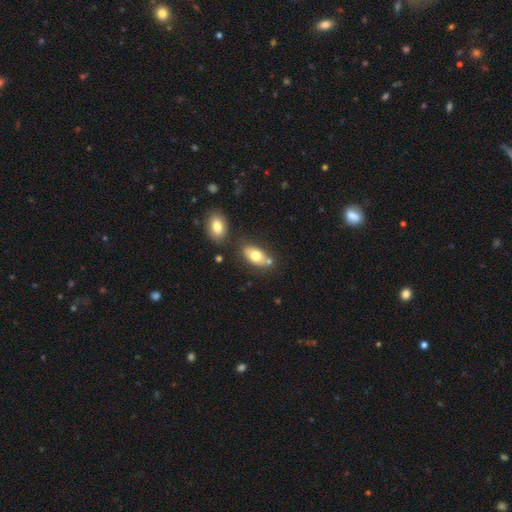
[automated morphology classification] Smooth or featured?
  - smooth: 74% *
  - featured or disk: 19%
  - star or artifact: 7%
How rounded?
  - in between: 89% *
  - round: 8%
  - cigar-shaped: 3%
Merging?
  - none: 64% *
  - merger: 18%
  - minor disturbance: 15%
  - major disturbance: 4%